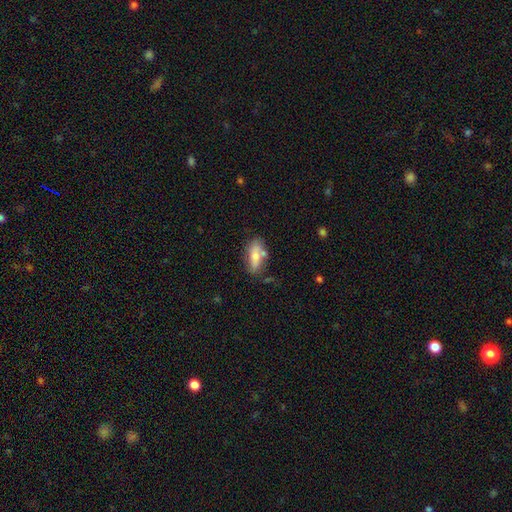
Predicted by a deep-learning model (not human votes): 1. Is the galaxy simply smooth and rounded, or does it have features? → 69% smooth, 24% featured or disk, 7% star or artifact.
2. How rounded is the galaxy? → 75% in between, 21% cigar-shaped, 3% round.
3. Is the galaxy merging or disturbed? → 58% none, 22% minor disturbance, 14% merger, 7% major disturbance.